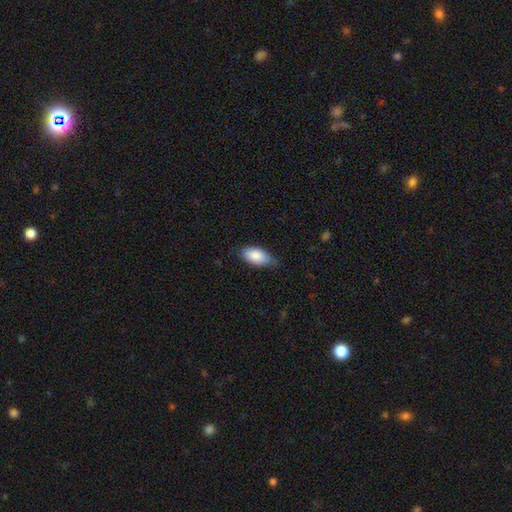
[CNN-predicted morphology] Smooth or featured? Predicted: smooth (p=0.87). How rounded? Predicted: in between (p=0.93). Merging? Predicted: none (p=0.65).